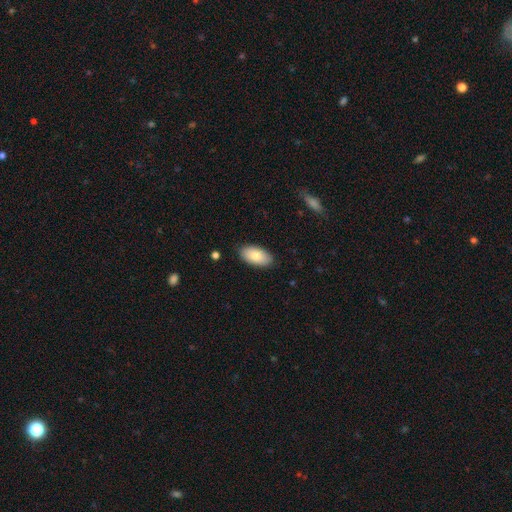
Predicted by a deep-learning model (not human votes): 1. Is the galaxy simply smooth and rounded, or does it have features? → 82% smooth, 12% featured or disk, 6% star or artifact.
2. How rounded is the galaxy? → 95% in between, 3% cigar-shaped, 3% round.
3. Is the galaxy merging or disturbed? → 88% none, 9% minor disturbance, 2% major disturbance, 1% merger.